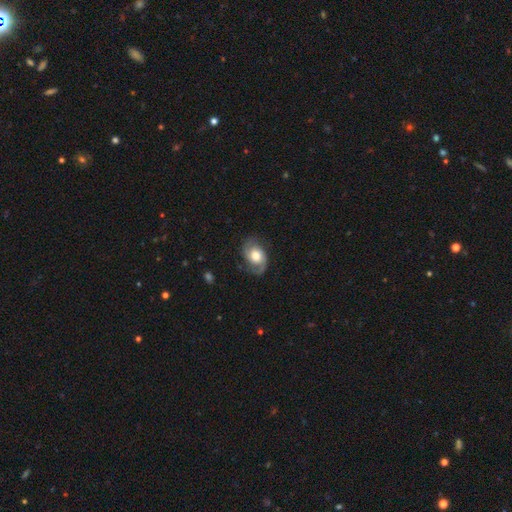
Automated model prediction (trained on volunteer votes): Overall: featured or disk (69%). Edge-on disk: no (97%). Bar: no (69%). Spiral arms: yes (89%). Spiral arm count: 2 (89%). Spiral winding: medium (47%; loose 28%). Bulge size: moderate (52%; large 37%). Merging: none (75%).